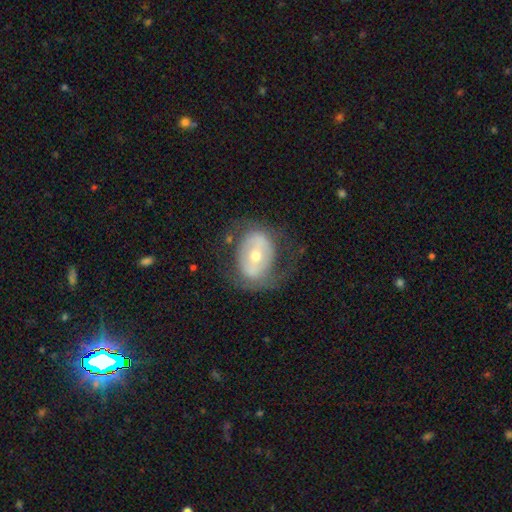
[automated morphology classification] Smooth or featured? featured or disk (63%)
Edge-on disk? no (94%)
Bar? no (37%)
Spiral arms? no (58%)
Bulge size? moderate (58%)
Merging? none (59%)